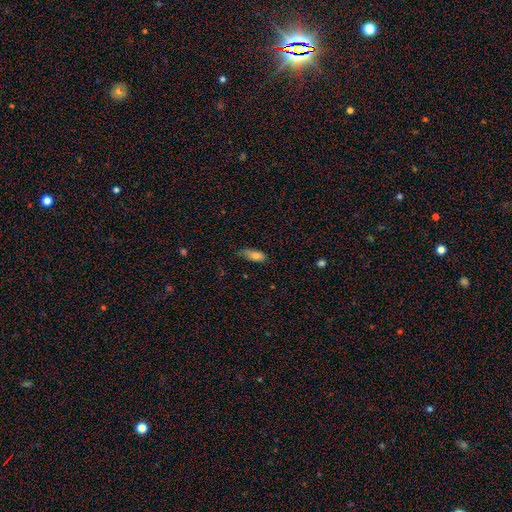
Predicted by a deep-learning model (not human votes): The model was most divided on "merging": none: 48%, minor disturbance: 37%, major disturbance: 12%, merger: 2%. More confident: how rounded — in between (82%); smooth or featured — smooth (78%).